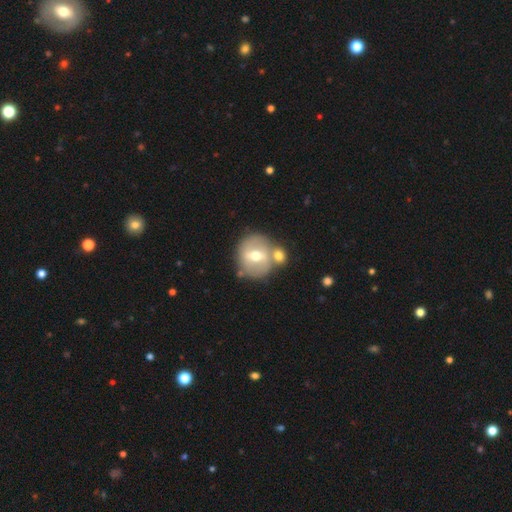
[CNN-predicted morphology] This is possibly a smooth galaxy (47%). Merging: possibly none (59%).